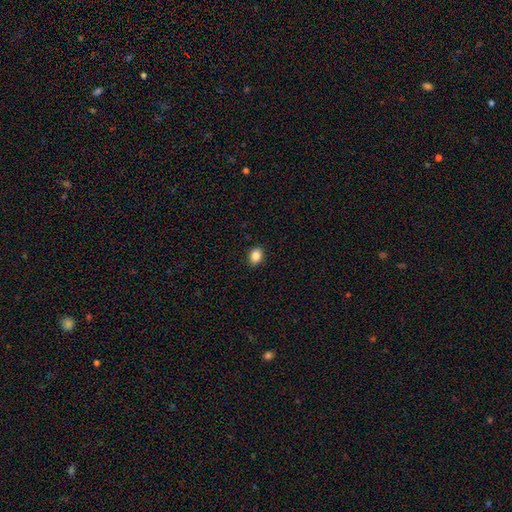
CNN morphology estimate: Smooth or featured: smooth — 86% (star or artifact — 10%)
How rounded: in between — 61% (round — 38%)
Merging: none — 90% (minor disturbance — 7%)